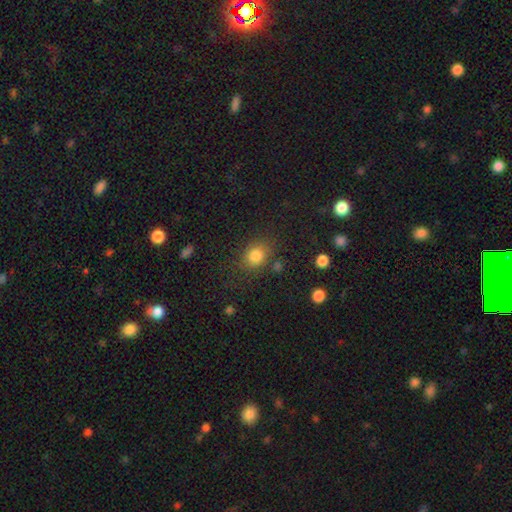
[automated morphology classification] Smooth or featured: smooth — 81% (star or artifact — 12%)
How rounded: round — 58% (in between — 41%)
Merging: none — 77% (minor disturbance — 13%)